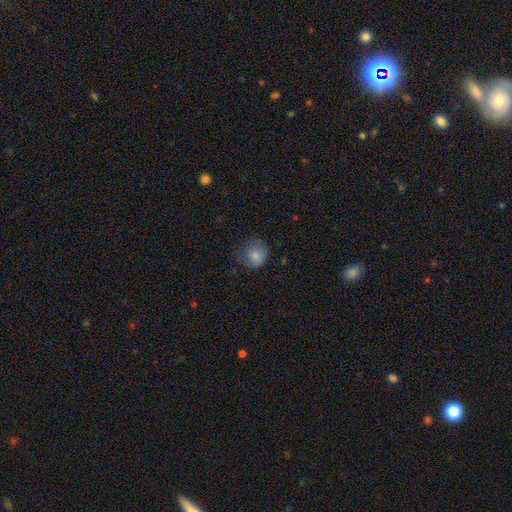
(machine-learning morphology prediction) Overall: smooth (82%). How rounded: round (81%). Merging: none (55%; minor disturbance 28%).